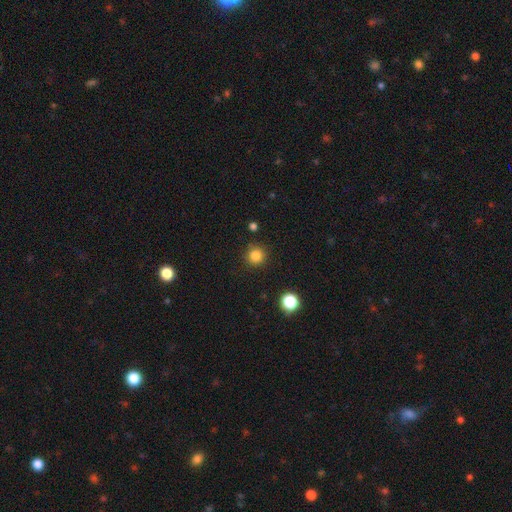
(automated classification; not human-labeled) Smooth or featured: smooth — 84% (star or artifact — 12%)
How rounded: round — 94% (in between — 5%)
Merging: none — 89% (minor disturbance — 7%)